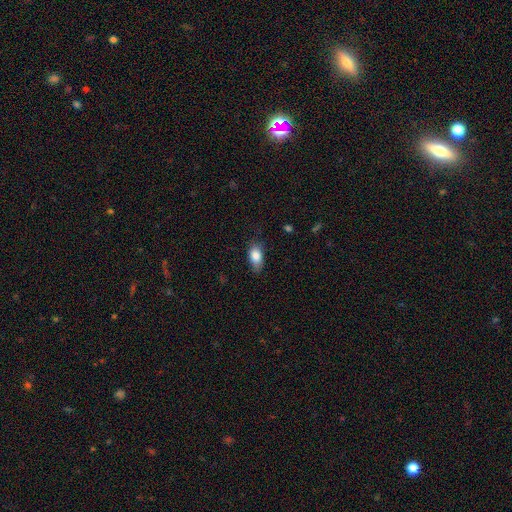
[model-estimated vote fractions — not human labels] Overall: smooth (83%). How rounded: in between (87%). Merging: none (67%).